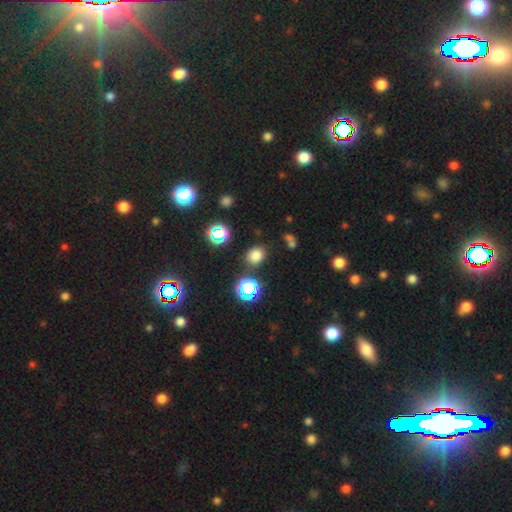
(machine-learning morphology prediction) Smooth or featured? smooth (71%)
How rounded? round (69%)
Merging? none (80%)